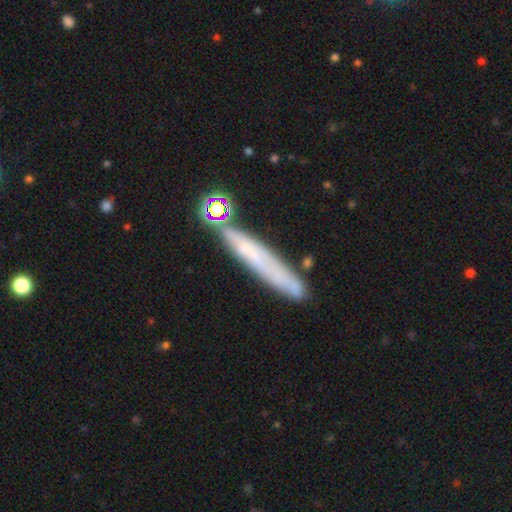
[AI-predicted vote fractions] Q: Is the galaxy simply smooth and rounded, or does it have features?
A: smooth — 45%.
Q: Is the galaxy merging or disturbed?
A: none — 70%.